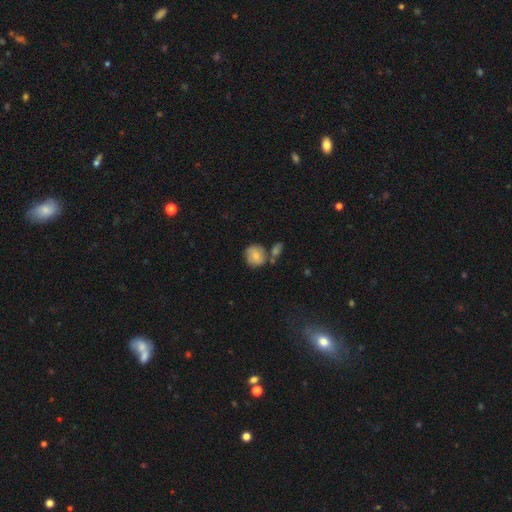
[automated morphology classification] Smooth or featured: smooth — 65% (featured or disk — 27%)
How rounded: round — 78% (in between — 20%)
Merging: none — 52% (merger — 25%)